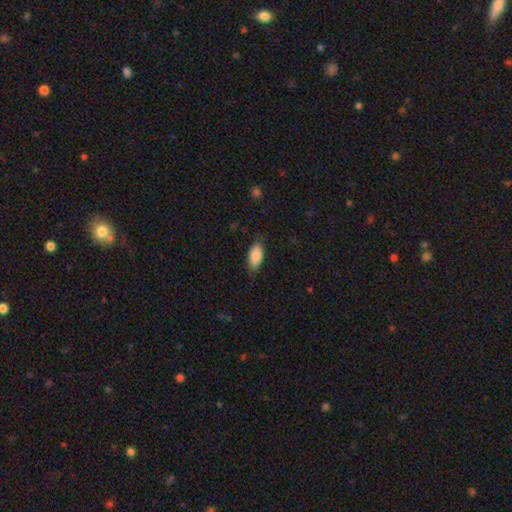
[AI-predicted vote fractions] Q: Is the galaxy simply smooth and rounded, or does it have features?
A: smooth — 86%.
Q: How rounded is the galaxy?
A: in between — 89%.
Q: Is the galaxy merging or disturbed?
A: none — 80%.